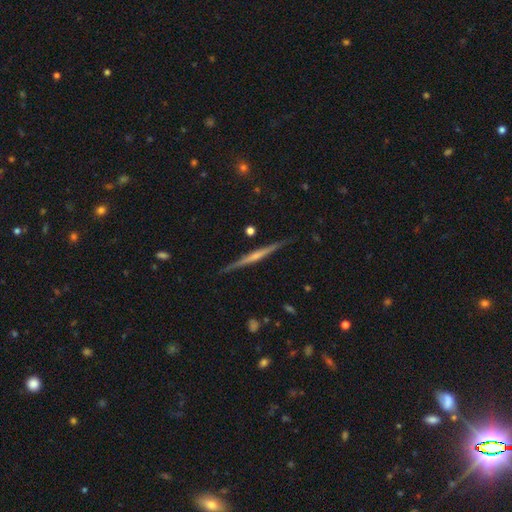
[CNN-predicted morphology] This appears to be a featured or disk galaxy (71%) viewed edge-on (98%) with no central bulge (46%). Merging: none (88%).